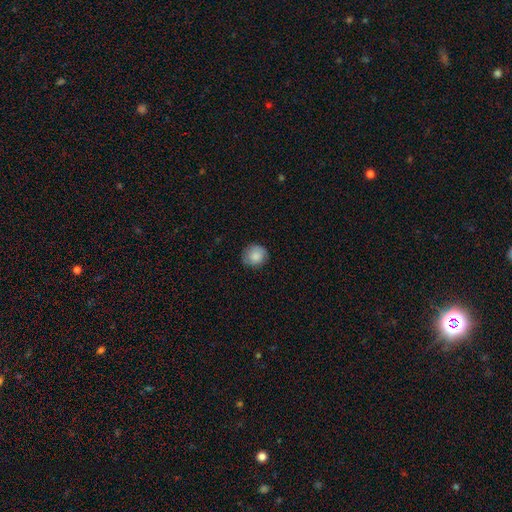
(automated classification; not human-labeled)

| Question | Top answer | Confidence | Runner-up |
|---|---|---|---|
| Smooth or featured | smooth | 85% | star or artifact (8%) |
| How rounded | round | 86% | in between (13%) |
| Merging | none | 82% | minor disturbance (14%) |